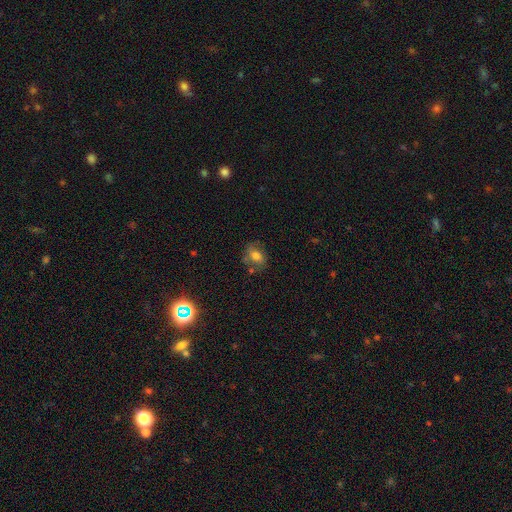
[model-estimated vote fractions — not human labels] A smooth galaxy with no disk features (66%) that is in between round and cigar-shaped (59%).

Vote fractions:
- Smooth or featured? smooth: 66% / featured or disk: 21% / star or artifact: 13%
- How rounded? in between: 59% / round: 39% / cigar-shaped: 2%
- Merging? none: 66% / minor disturbance: 20% / merger: 7% / major disturbance: 7%